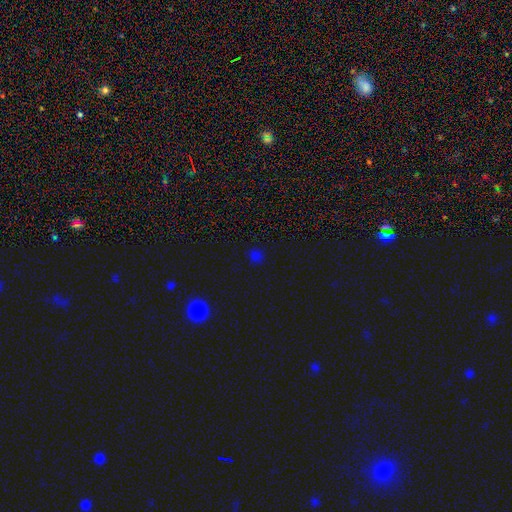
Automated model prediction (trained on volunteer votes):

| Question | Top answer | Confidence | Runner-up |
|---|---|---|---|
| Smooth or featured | smooth | 62% | star or artifact (33%) |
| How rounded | round | 89% | in between (10%) |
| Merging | none | 87% | minor disturbance (8%) |